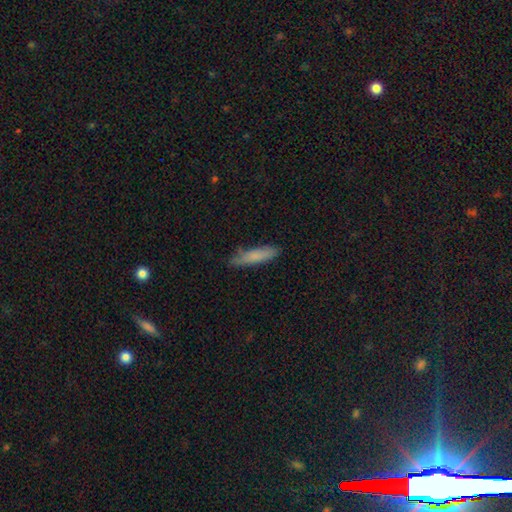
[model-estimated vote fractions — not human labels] Q: Smooth or featured?
A: smooth (79%); runner-up: featured or disk (15%)
Q: How rounded?
A: cigar-shaped (81%); runner-up: in between (18%)
Q: Merging?
A: none (78%); runner-up: minor disturbance (17%)